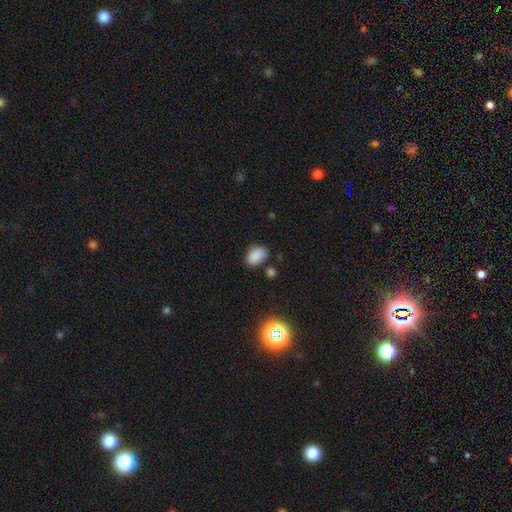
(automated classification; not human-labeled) Smooth or featured?
  - smooth: 86% *
  - star or artifact: 11%
  - featured or disk: 4%
How rounded?
  - in between: 86% *
  - round: 13%
  - cigar-shaped: 1%
Merging?
  - none: 75% *
  - minor disturbance: 16%
  - merger: 4%
  - major disturbance: 4%